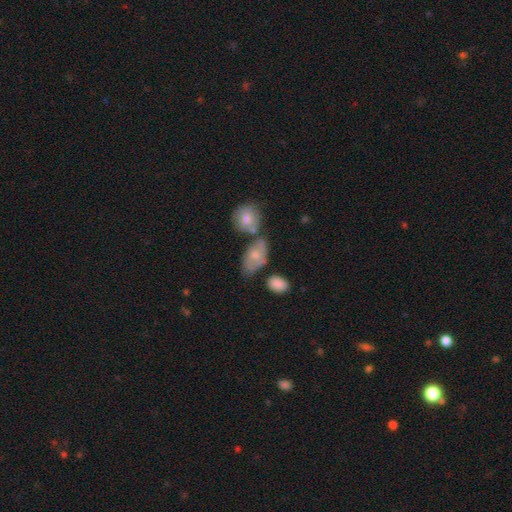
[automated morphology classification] Smooth or featured?
  - smooth: 59% *
  - featured or disk: 33%
  - star or artifact: 8%
How rounded?
  - in between: 86% *
  - round: 11%
  - cigar-shaped: 3%
Merging?
  - none: 43% *
  - minor disturbance: 25%
  - merger: 20%
  - major disturbance: 11%